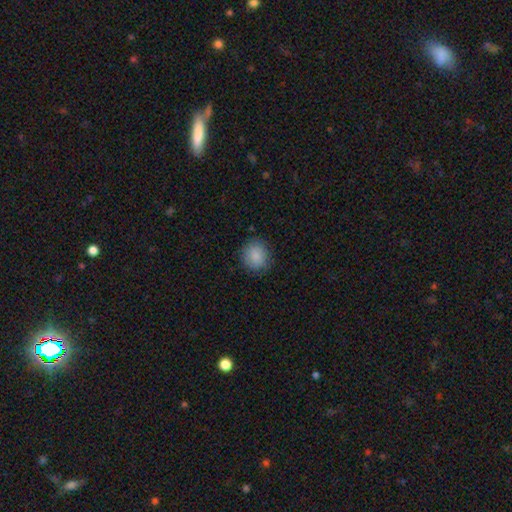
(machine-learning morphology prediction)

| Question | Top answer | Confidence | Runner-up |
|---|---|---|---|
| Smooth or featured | smooth | 88% | star or artifact (8%) |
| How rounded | round | 85% | in between (14%) |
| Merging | none | 85% | minor disturbance (11%) |